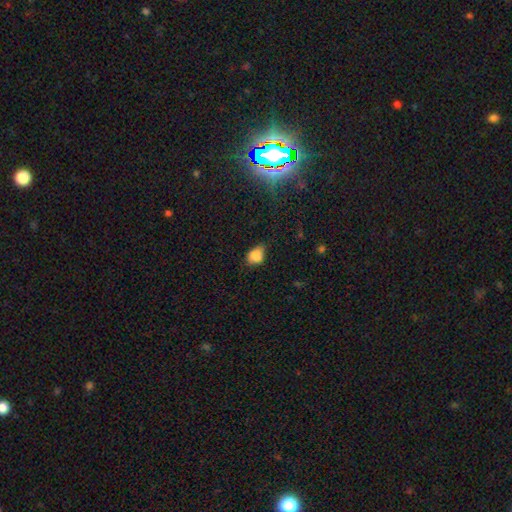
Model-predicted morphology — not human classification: This appears to be a smooth galaxy with no disk features (82%) that is in between round and cigar-shaped (59%). Merging: none (52%).